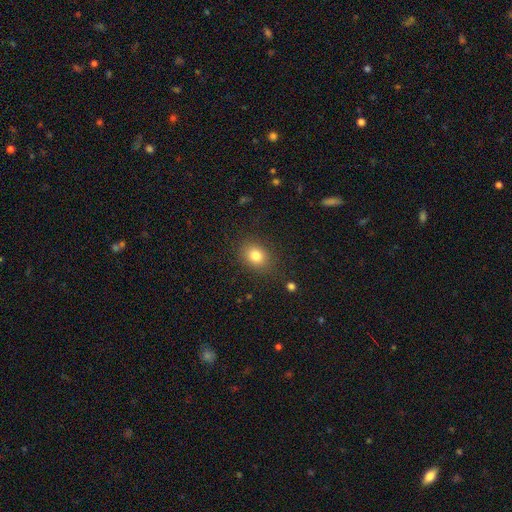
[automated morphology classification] Smooth or featured? smooth (81%)
How rounded? round (50%)
Merging? none (83%)